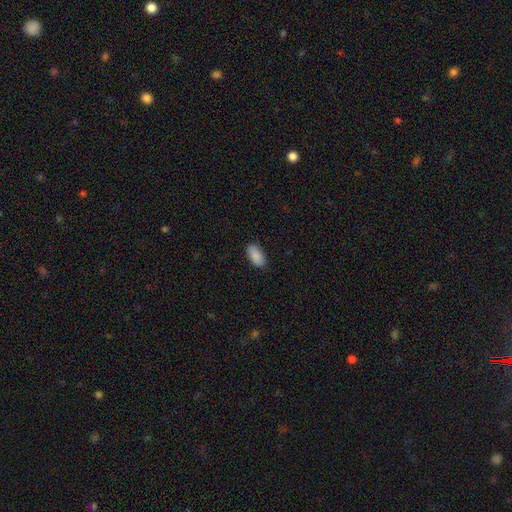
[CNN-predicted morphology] smooth 89%, star or artifact 6%, featured or disk 4%. Down the decision tree: how rounded — in between (93%); merging — none (86%).